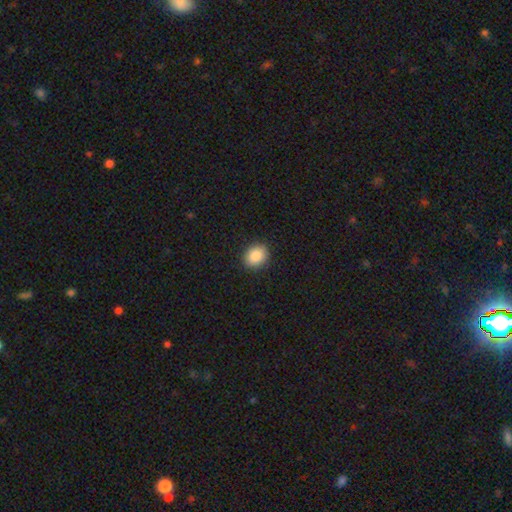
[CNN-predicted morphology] Smooth or featured? Predicted: smooth (p=0.87). How rounded? Predicted: round (p=0.50). Merging? Predicted: none (p=0.90).